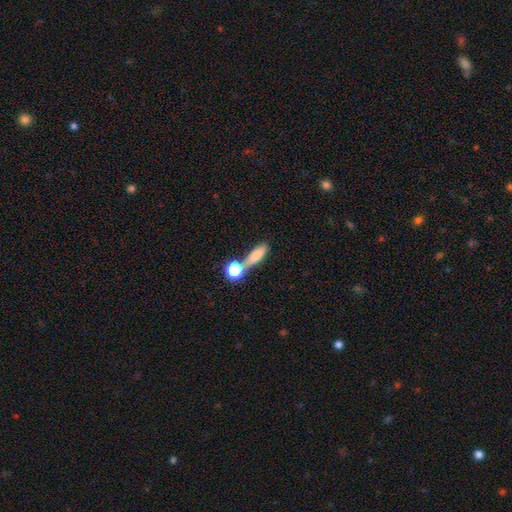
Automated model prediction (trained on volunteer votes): This is likely a smooth galaxy (72%). How rounded: marginally in between (44%). Merging: possibly none (46%).